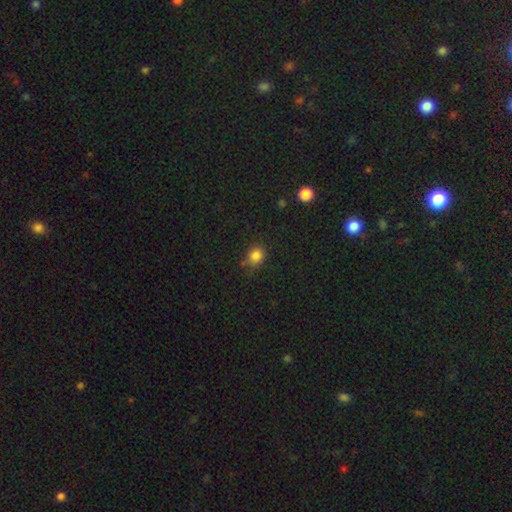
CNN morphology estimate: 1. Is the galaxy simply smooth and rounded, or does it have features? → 83% smooth, 13% star or artifact, 5% featured or disk.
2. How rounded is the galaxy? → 71% round, 28% in between, 1% cigar-shaped.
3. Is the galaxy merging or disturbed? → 73% none, 19% minor disturbance, 5% major disturbance, 4% merger.